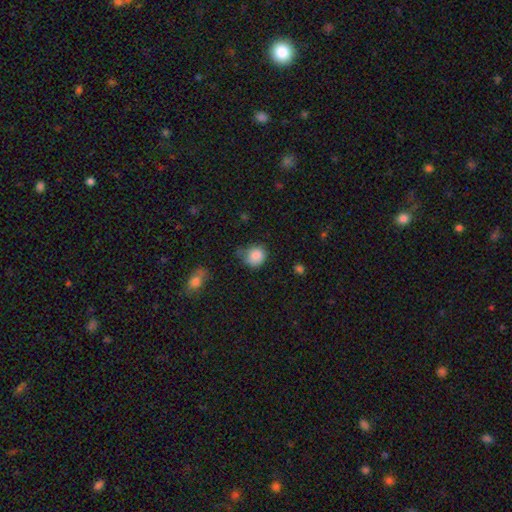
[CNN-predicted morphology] smooth_or_featured: smooth (p=0.86) [alt: star or artifact p=0.09]
how_rounded: round (p=0.76) [alt: in between p=0.23]
merging: none (p=0.51) [alt: minor disturbance p=0.35]